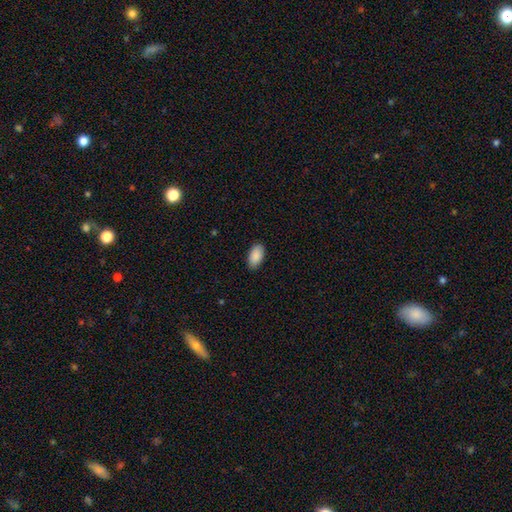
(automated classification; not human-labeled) smooth_or_featured: smooth (p=0.90) [alt: star or artifact p=0.06]
how_rounded: in between (p=0.95) [alt: round p=0.03]
merging: none (p=0.88) [alt: minor disturbance p=0.09]